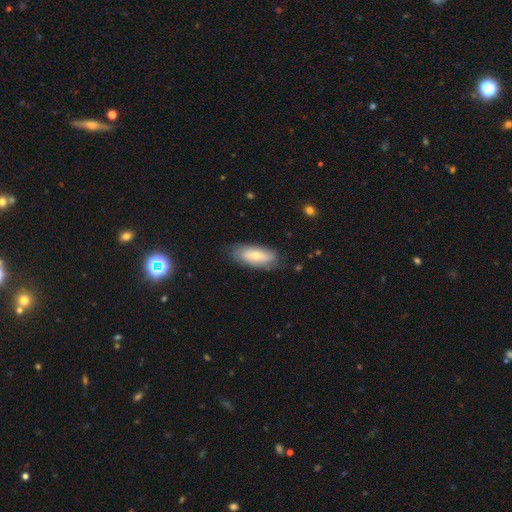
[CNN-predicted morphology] smooth 58%, featured or disk 36%, star or artifact 6%. Down the decision tree: how rounded — in between (80%); merging — none (75%).